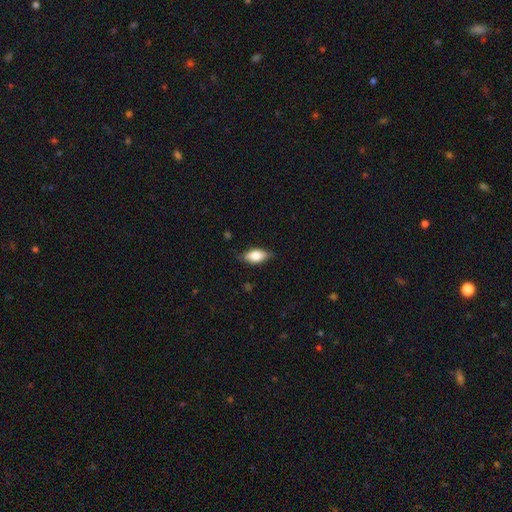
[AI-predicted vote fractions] Smooth or featured?
  - smooth: 73% *
  - featured or disk: 20%
  - star or artifact: 7%
How rounded?
  - in between: 87% *
  - cigar-shaped: 8%
  - round: 5%
Merging?
  - none: 75% *
  - minor disturbance: 20%
  - major disturbance: 4%
  - merger: 1%